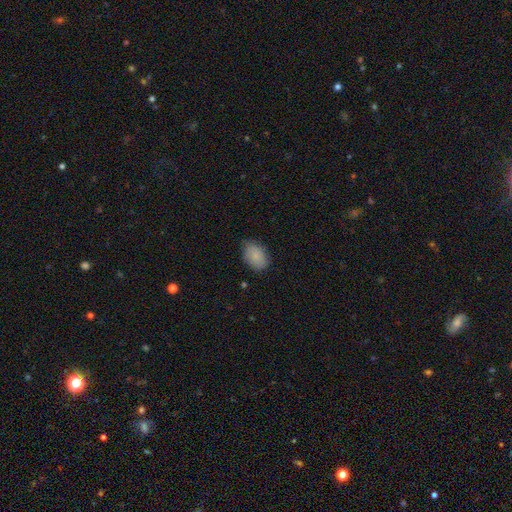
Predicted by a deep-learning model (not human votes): Smooth or featured?
  - smooth: 85% *
  - featured or disk: 8%
  - star or artifact: 7%
How rounded?
  - in between: 81% *
  - round: 18%
  - cigar-shaped: 1%
Merging?
  - none: 72% *
  - minor disturbance: 23%
  - major disturbance: 4%
  - merger: 1%